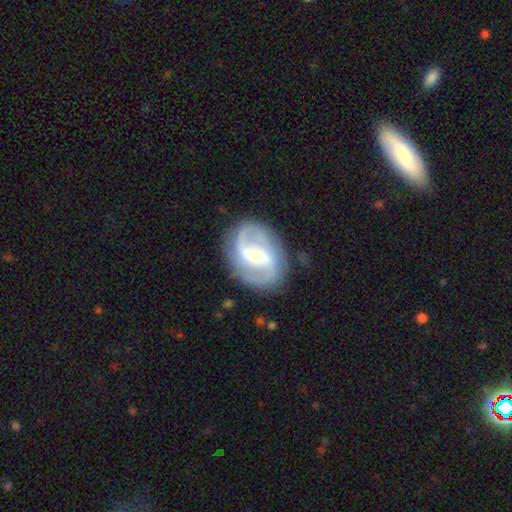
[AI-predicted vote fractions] This is clearly a featured or disk galaxy (86%). It is clearly not viewed edge-on (97%). Bar: possibly strong (46%). Spiral arm pattern: clearly yes (94%). Spiral arm count: clearly 2 (90%). Spiral winding: possibly medium (49%). Central bulge: possibly moderate (49%). Merging: clearly none (81%).